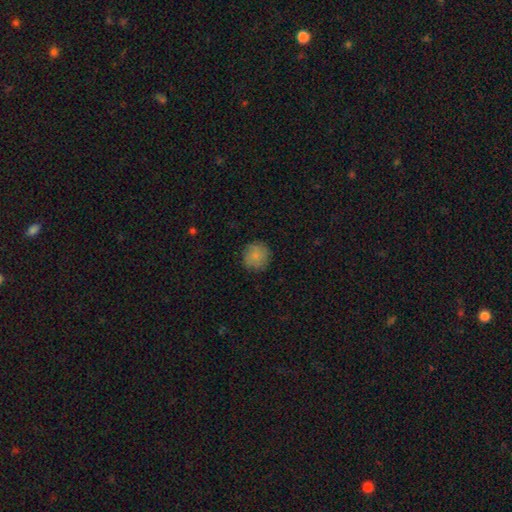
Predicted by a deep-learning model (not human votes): Smooth or featured? Predicted: smooth (p=0.84). How rounded? Predicted: round (p=0.91). Merging? Predicted: none (p=0.84).